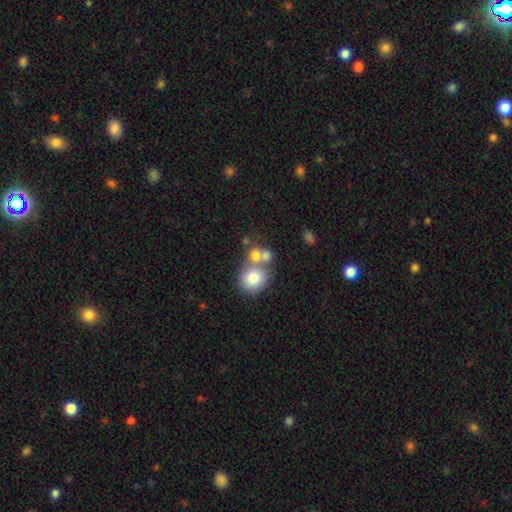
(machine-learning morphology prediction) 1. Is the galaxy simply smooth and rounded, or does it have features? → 72% smooth, 17% featured or disk, 11% star or artifact.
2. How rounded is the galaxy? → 76% round, 23% in between, 1% cigar-shaped.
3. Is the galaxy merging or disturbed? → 51% merger, 36% none, 8% minor disturbance, 5% major disturbance.